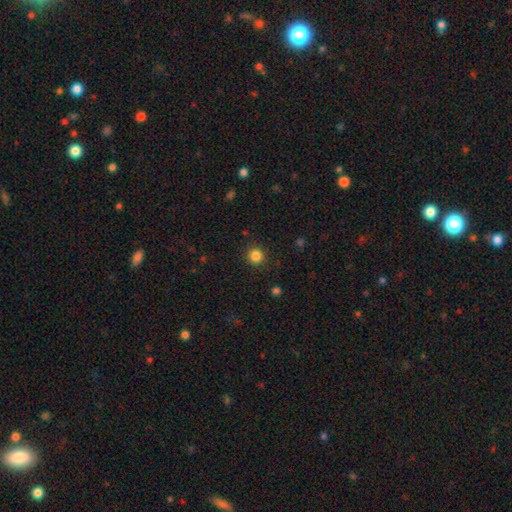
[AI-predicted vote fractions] Morphology: type=smooth (84%); roundness=round (93%); merging=none (90%).